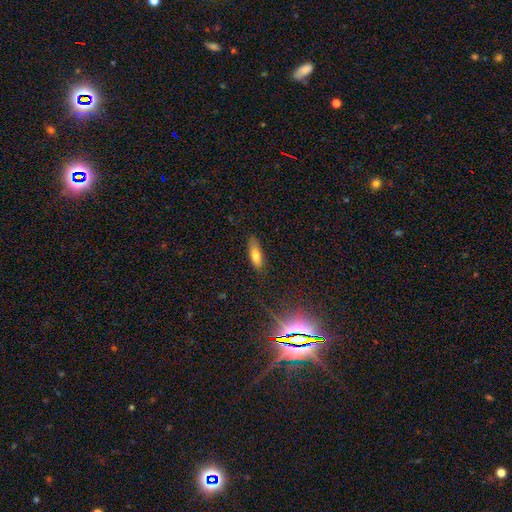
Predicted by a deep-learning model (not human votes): Morphology: type=smooth (75%); roundness=in between (57%); merging=none (78%).